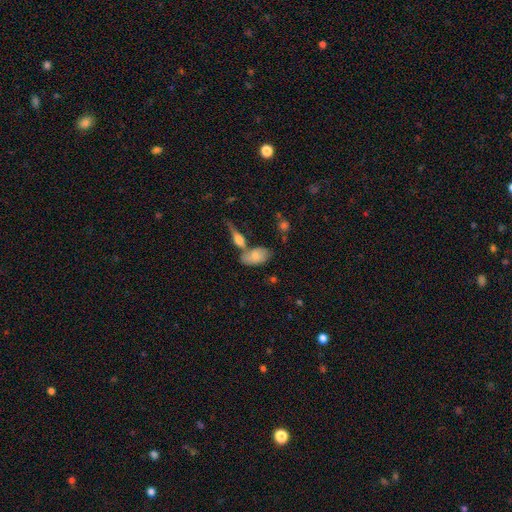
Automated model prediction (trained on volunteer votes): Smooth or featured: smooth — 69% (featured or disk — 24%)
How rounded: in between — 90% (cigar-shaped — 5%)
Merging: none — 51% (merger — 30%)